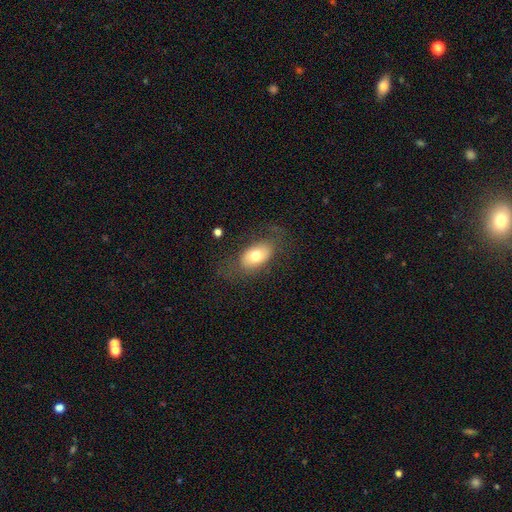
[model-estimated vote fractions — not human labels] Overall: smooth (67%). How rounded: in between (90%). Merging: none (70%).